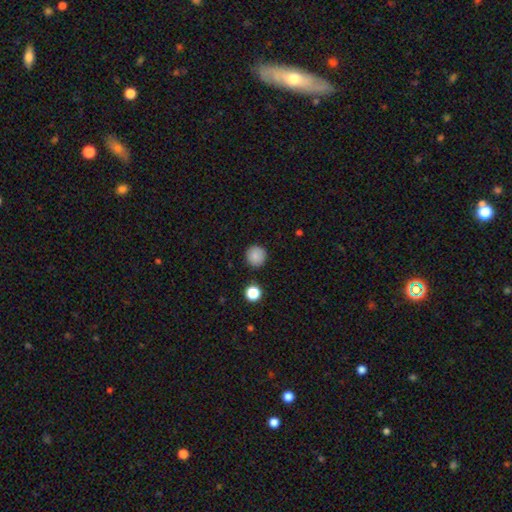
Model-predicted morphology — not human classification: smooth_or_featured: smooth (p=0.85) [alt: star or artifact p=0.10]
how_rounded: round (p=0.95) [alt: in between p=0.04]
merging: none (p=0.90) [alt: minor disturbance p=0.06]